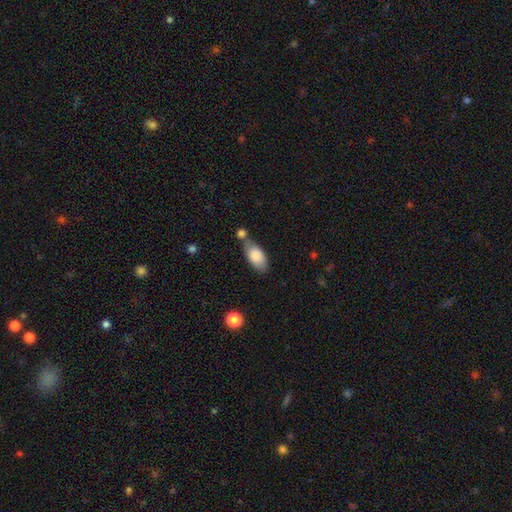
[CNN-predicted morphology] Smooth or featured? Predicted: smooth (p=0.84). How rounded? Predicted: in between (p=0.91). Merging? Predicted: none (p=0.50).